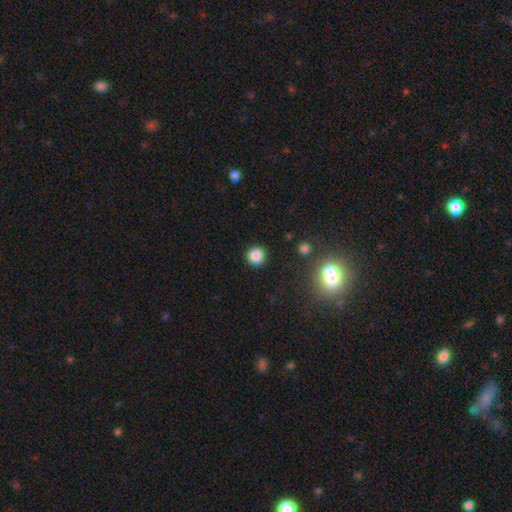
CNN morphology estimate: Smooth or featured? smooth (85%)
How rounded? round (95%)
Merging? none (92%)